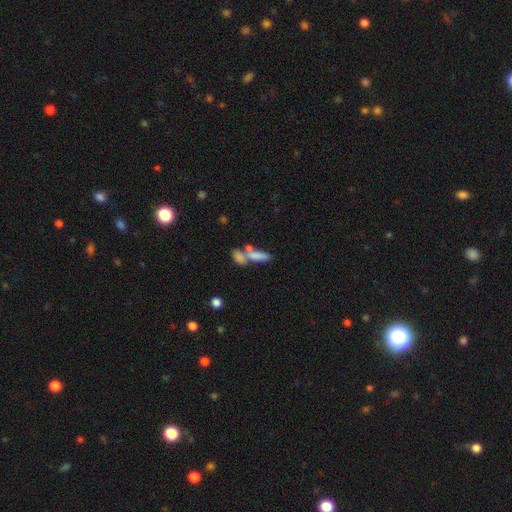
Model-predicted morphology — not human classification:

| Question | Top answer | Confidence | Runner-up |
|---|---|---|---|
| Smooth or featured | smooth | 75% | featured or disk (16%) |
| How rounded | in between | 60% | cigar-shaped (35%) |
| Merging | merger | 56% | none (30%) |